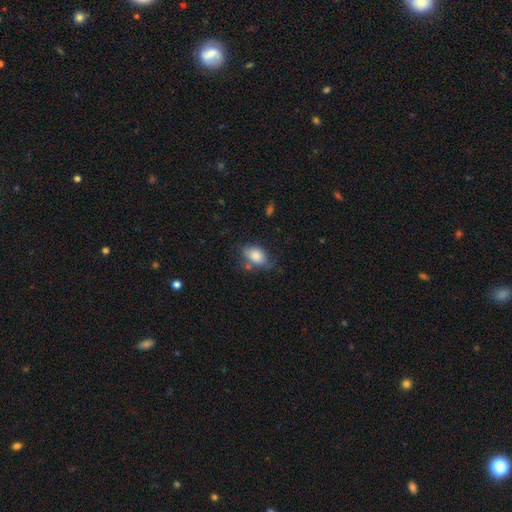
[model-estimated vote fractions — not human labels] Smooth or featured: smooth — 80% (featured or disk — 12%)
How rounded: in between — 84% (round — 14%)
Merging: none — 57% (minor disturbance — 28%)